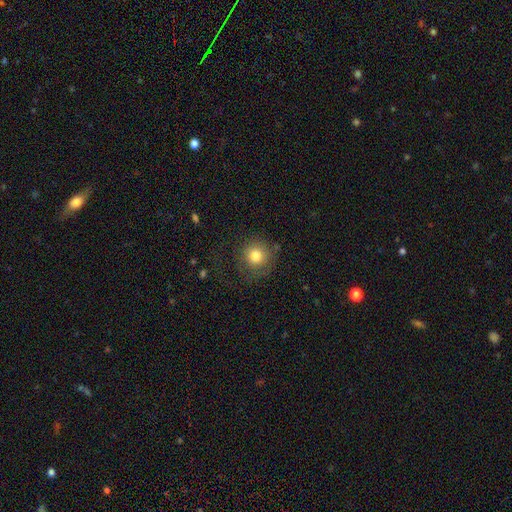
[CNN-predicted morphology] This appears to be a smooth galaxy with no disk features (79%) that is round (92%). Merging: none (70%).